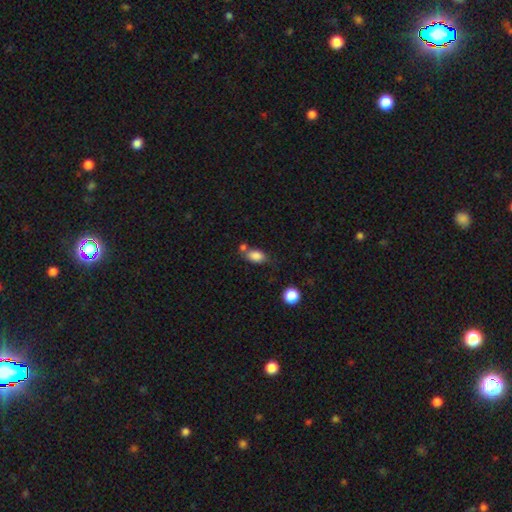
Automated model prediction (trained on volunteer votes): Morphology: type=smooth (84%); roundness=in between (85%); merging=none (49%).